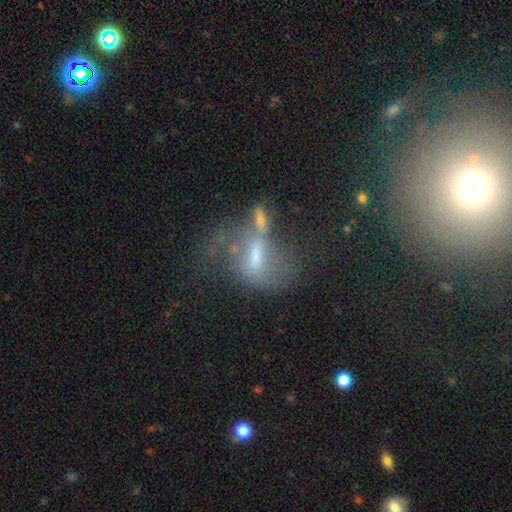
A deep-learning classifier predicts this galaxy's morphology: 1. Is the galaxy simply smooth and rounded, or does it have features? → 57% featured or disk, 29% smooth, 14% star or artifact.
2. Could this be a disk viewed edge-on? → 92% no, 8% yes.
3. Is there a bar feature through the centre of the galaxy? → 41% weak, 30% no, 29% strong.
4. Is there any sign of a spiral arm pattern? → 55% no, 45% yes.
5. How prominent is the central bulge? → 43% moderate, 31% small, 16% none, 8% large, 2% dominant.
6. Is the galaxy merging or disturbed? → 33% major disturbance, 26% merger, 24% none, 16% minor disturbance.